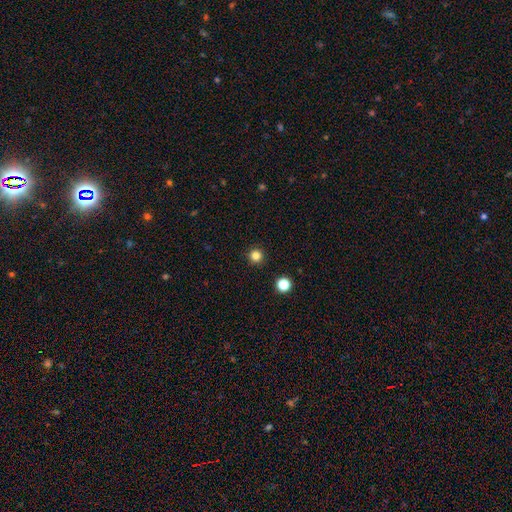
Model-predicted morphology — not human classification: A smooth galaxy with no disk features (83%) that is round (96%).

Vote fractions:
- Smooth or featured? smooth: 83% / star or artifact: 13% / featured or disk: 4%
- How rounded? round: 96% / in between: 3% / cigar-shaped: 1%
- Merging? none: 93% / minor disturbance: 4% / major disturbance: 2% / merger: 1%